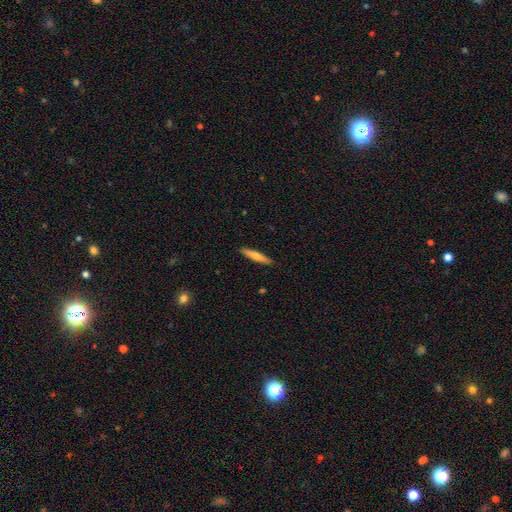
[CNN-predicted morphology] Smooth or featured?
  - smooth: 55% *
  - featured or disk: 39%
  - star or artifact: 6%
How rounded?
  - cigar-shaped: 90% *
  - in between: 9%
  - round: 2%
Merging?
  - none: 91% *
  - minor disturbance: 7%
  - major disturbance: 1%
  - merger: 1%